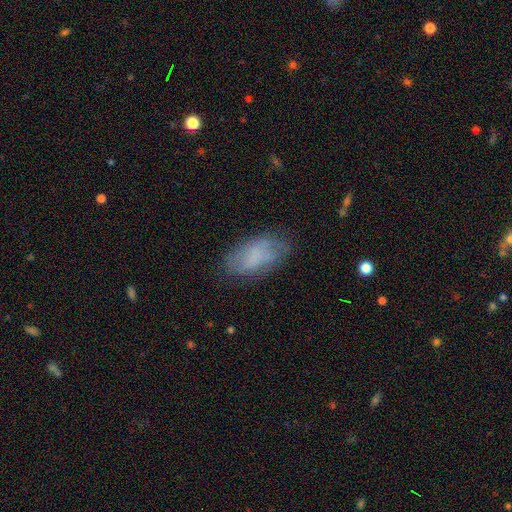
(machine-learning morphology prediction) smooth-or-featured: smooth: 65% | featured or disk: 26% | star or artifact: 8%
  how-rounded: in between: 92% | cigar-shaped: 4% | round: 3%
  merging: none: 67% | minor disturbance: 23% | major disturbance: 8% | merger: 2%